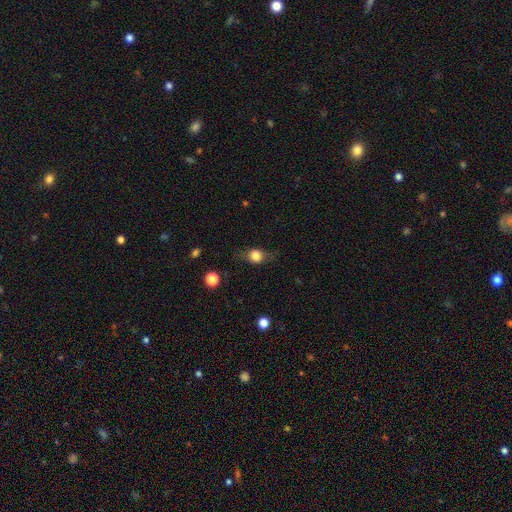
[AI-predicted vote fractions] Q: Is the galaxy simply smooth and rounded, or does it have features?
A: smooth — 66%.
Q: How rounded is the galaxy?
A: round — 55%.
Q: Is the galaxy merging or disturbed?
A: none — 69%.